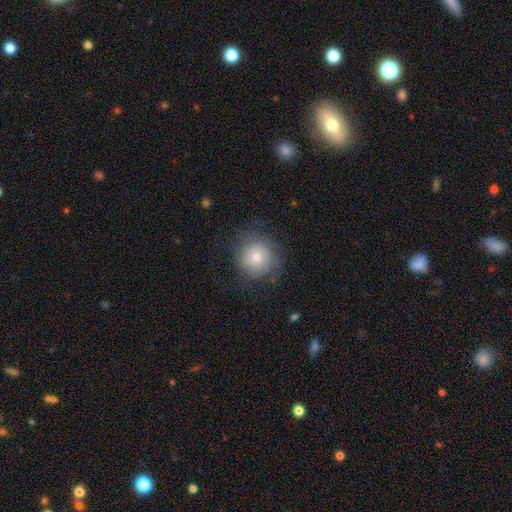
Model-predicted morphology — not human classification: Smooth or featured: smooth — 74% (featured or disk — 17%)
How rounded: round — 92% (in between — 7%)
Merging: none — 74% (minor disturbance — 17%)